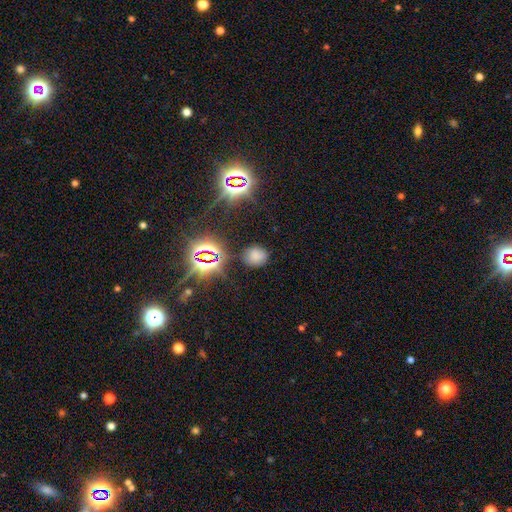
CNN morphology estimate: smooth_or_featured: smooth (p=0.64) [alt: star or artifact p=0.28]
how_rounded: round (p=0.69) [alt: in between p=0.30]
merging: none (p=0.78) [alt: minor disturbance p=0.14]